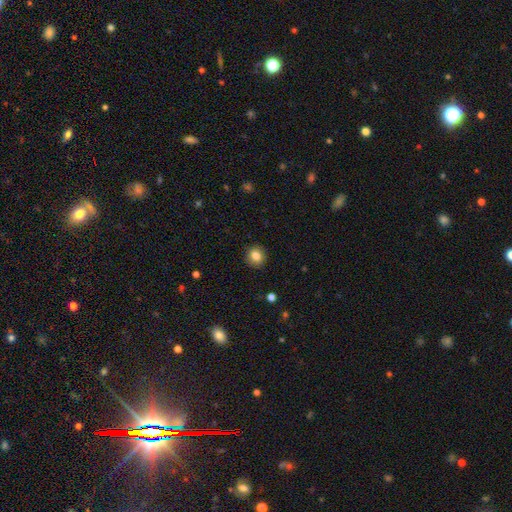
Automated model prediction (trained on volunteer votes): A smooth galaxy with no disk features (84%) that is round (88%). Merging: none (90%).